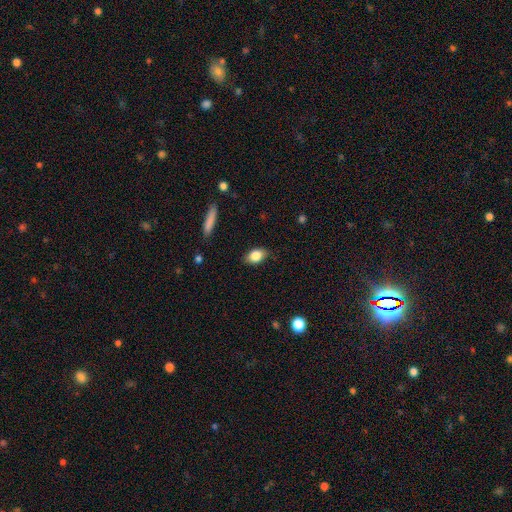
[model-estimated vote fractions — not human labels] smooth-or-featured: smooth: 83% | featured or disk: 9% | star or artifact: 8%
  how-rounded: in between: 84% | round: 13% | cigar-shaped: 3%
  merging: none: 83% | minor disturbance: 13% | major disturbance: 3% | merger: 1%